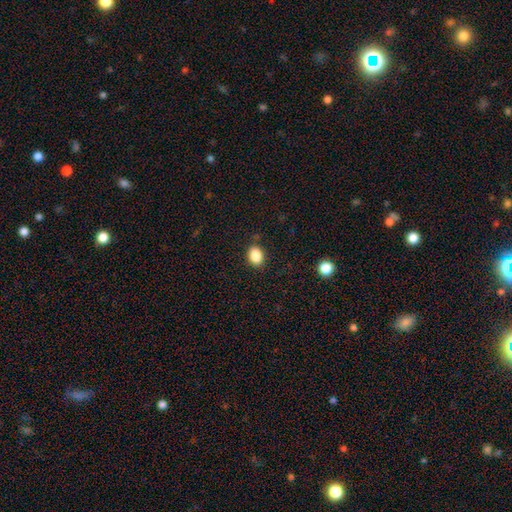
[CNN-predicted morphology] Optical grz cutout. It shows a smooth galaxy with no disk features (86%) that is in between round and cigar-shaped (66%). Merging: none (88%).